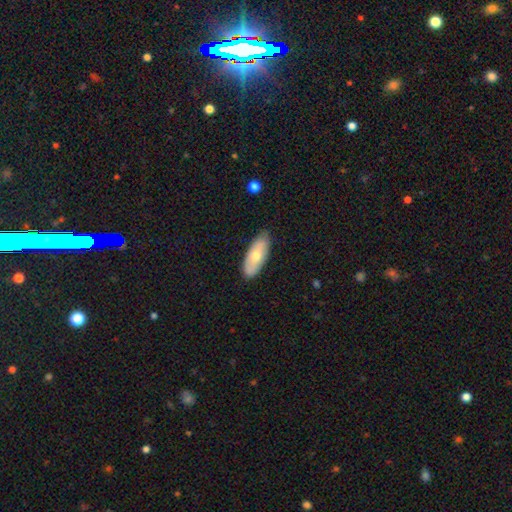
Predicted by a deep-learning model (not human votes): This appears to be a smooth galaxy with no disk features (62%) that is in between round and cigar-shaped (79%). Merging: none (82%).